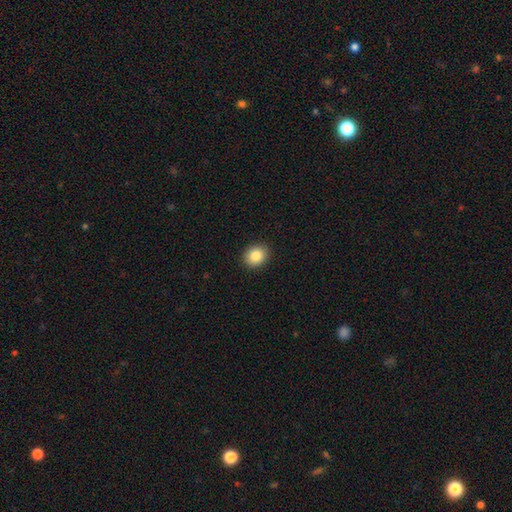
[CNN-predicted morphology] This appears to be a smooth galaxy with no disk features (86%) that is round (64%). Merging: none (91%).